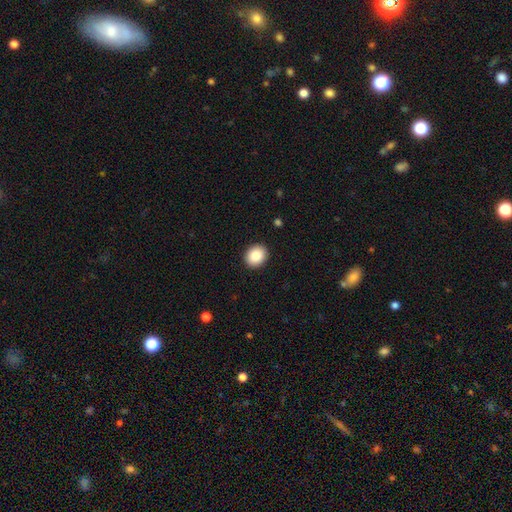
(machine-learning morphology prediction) A smooth galaxy with no disk features (87%) that is round (63%).

Vote fractions:
- Smooth or featured? smooth: 87% / star or artifact: 8% / featured or disk: 5%
- How rounded? round: 63% / in between: 36% / cigar-shaped: 1%
- Merging? none: 92% / minor disturbance: 6% / major disturbance: 2% / merger: 1%